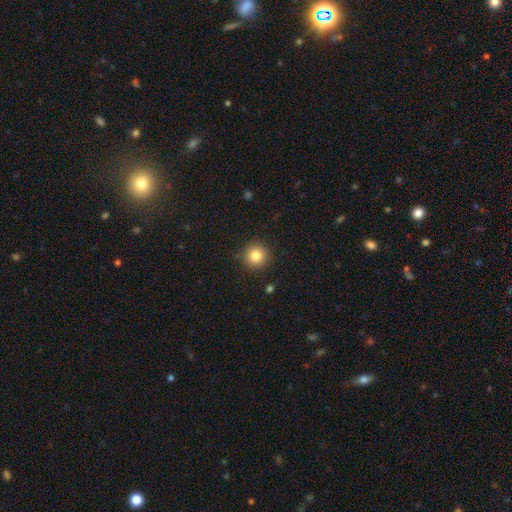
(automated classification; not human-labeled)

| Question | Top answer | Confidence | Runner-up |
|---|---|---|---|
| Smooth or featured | smooth | 82% | star or artifact (11%) |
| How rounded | round | 95% | in between (4%) |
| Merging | none | 90% | minor disturbance (7%) |